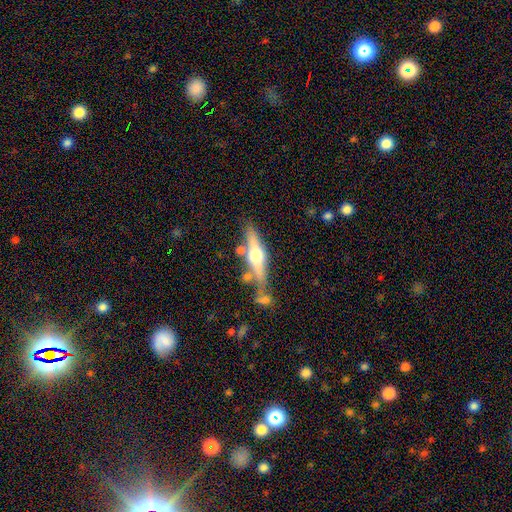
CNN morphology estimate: featured or disk 66%, smooth 28%, star or artifact 6%. Down the decision tree: edge-on disk — yes (94%); edge-on bulge — rounded (95%); merging — none (67%).